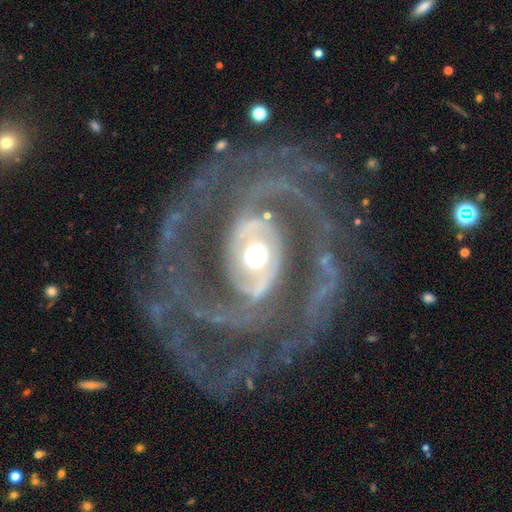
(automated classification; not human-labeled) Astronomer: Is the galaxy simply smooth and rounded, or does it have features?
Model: featured or disk — 89%.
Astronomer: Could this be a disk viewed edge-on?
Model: no — 97%.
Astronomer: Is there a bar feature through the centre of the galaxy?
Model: no — 55%.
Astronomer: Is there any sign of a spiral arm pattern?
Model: yes — 90%.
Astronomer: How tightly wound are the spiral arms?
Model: medium — 45% (runner-up: loose, 29%).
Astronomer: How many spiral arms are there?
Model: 2 — 73%.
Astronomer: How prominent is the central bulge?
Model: moderate — 57%.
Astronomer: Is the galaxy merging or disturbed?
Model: none — 65%.